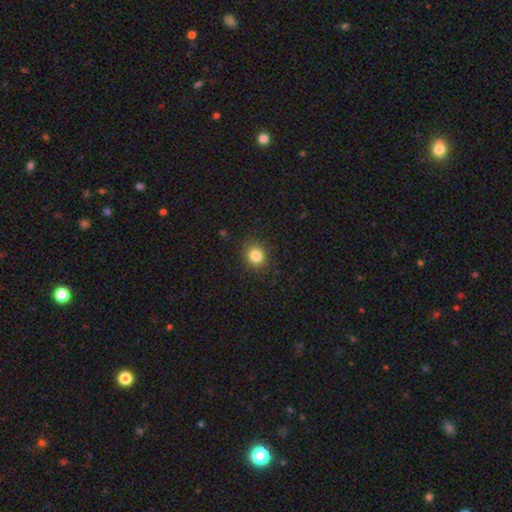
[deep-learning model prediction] A smooth galaxy with no disk features (83%) that is round (79%). Merging: none (89%).